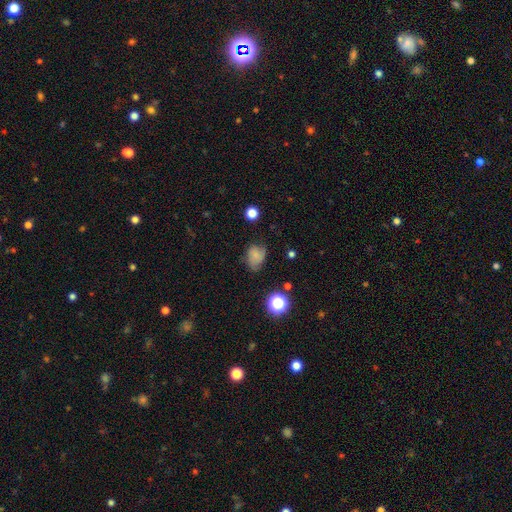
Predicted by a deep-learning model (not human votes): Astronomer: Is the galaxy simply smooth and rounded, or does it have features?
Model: smooth — 67%.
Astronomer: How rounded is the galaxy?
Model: in between — 60% (runner-up: round, 39%).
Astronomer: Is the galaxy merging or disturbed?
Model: none — 52% (runner-up: minor disturbance, 33%).